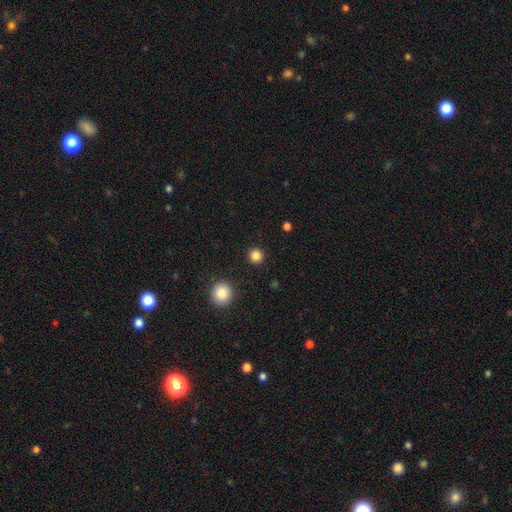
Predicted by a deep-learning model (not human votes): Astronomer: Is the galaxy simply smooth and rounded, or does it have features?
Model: smooth — 85%.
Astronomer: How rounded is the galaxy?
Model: round — 95%.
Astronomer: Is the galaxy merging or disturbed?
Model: none — 92%.